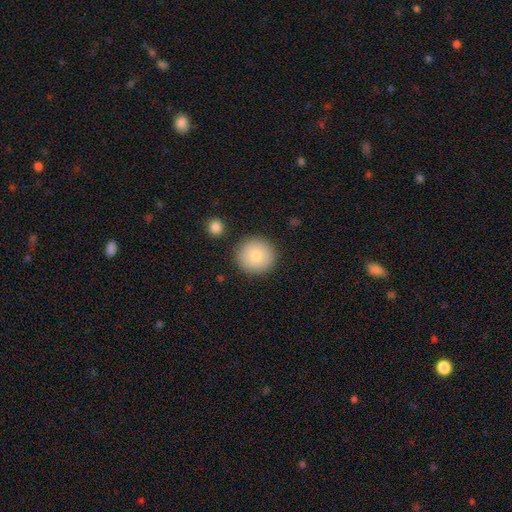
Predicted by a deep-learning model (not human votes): A smooth galaxy with no disk features (80%) that is round (95%).

Vote fractions:
- Smooth or featured? smooth: 80% / featured or disk: 12% / star or artifact: 8%
- How rounded? round: 95% / in between: 4% / cigar-shaped: 1%
- Merging? none: 87% / minor disturbance: 8% / merger: 3% / major disturbance: 2%